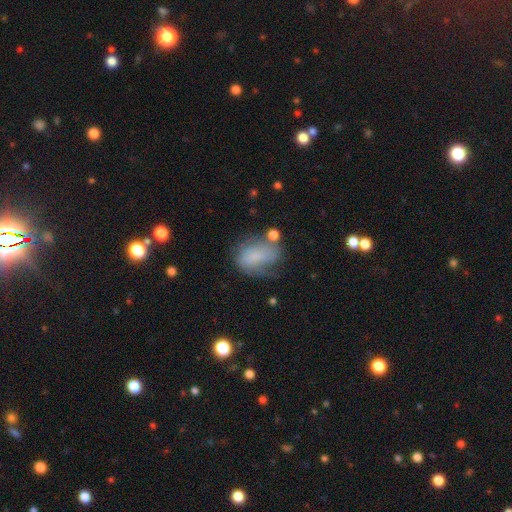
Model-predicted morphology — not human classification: smooth_or_featured: smooth (p=0.62) [alt: featured or disk p=0.27]
how_rounded: in between (p=0.76) [alt: round p=0.22]
merging: none (p=0.37) [alt: minor disturbance p=0.30]